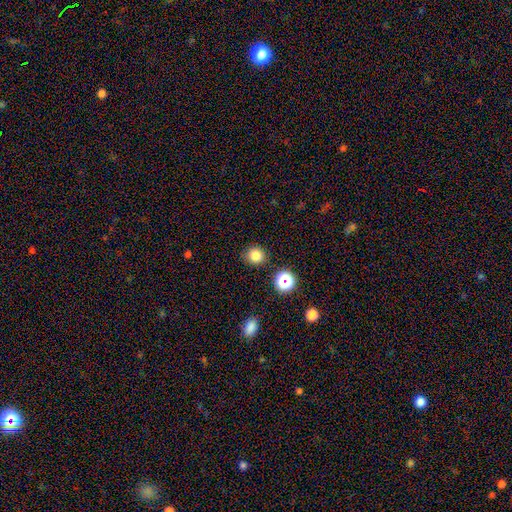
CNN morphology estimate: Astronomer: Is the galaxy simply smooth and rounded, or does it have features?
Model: smooth — 81%.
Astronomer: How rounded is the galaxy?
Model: round — 86%.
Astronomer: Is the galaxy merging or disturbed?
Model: none — 87%.